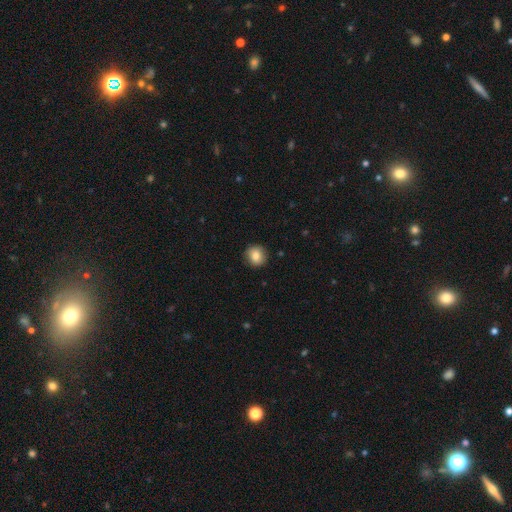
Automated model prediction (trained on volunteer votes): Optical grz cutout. It shows a smooth galaxy with no disk features (84%) that is round (90%). Merging: none (90%).